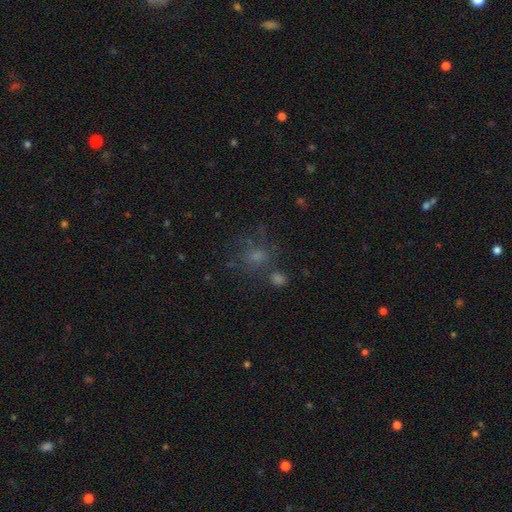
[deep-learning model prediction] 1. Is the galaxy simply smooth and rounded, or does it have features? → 59% smooth, 21% star or artifact, 19% featured or disk.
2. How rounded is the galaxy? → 56% round, 42% in between, 2% cigar-shaped.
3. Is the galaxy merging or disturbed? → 49% none, 18% minor disturbance, 18% major disturbance, 14% merger.